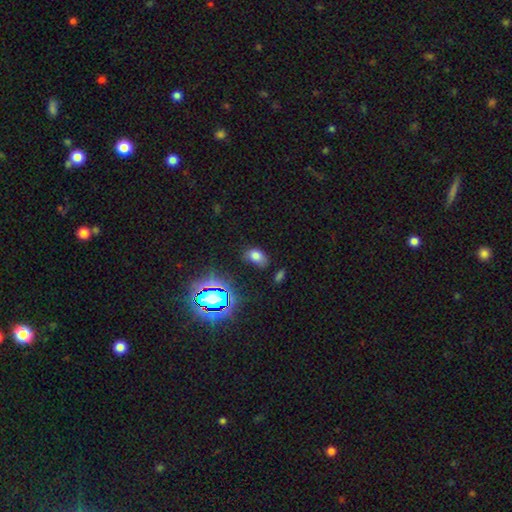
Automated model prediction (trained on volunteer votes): Morphology: type=smooth (70%); roundness=in between (84%); merging=none (64%).